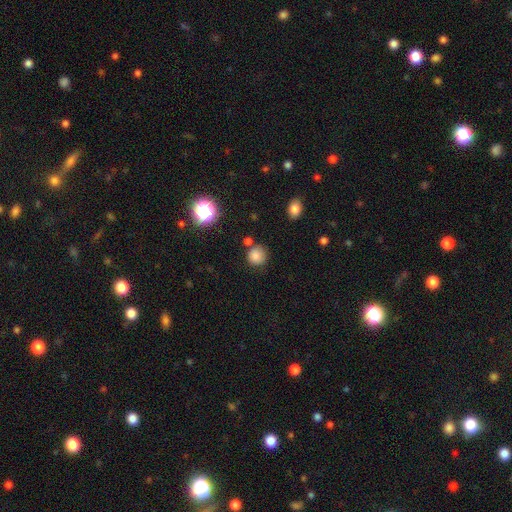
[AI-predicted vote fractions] This is clearly a smooth galaxy (80%). How rounded: clearly round (92%). Merging: likely none (78%).